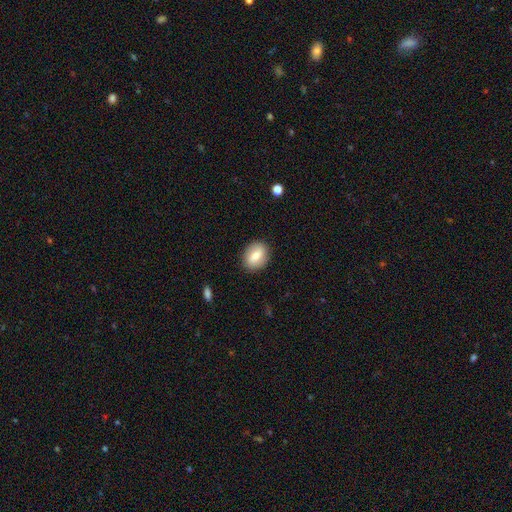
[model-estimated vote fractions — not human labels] This is likely a smooth galaxy (72%). How rounded: likely in between (63%). Merging: clearly none (87%).